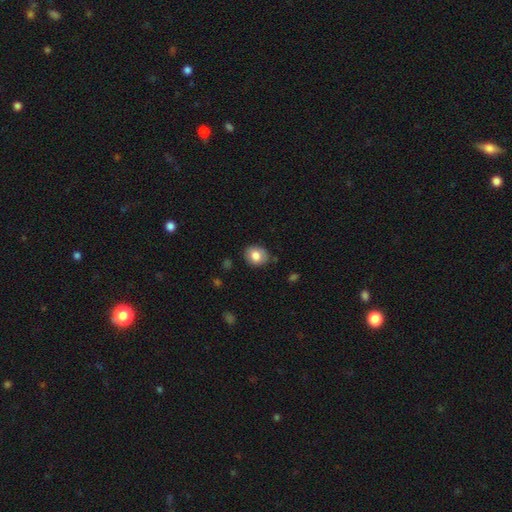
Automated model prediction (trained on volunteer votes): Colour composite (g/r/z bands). It shows a smooth galaxy with no disk features (81%) that is round (55%). Merging: none (80%).